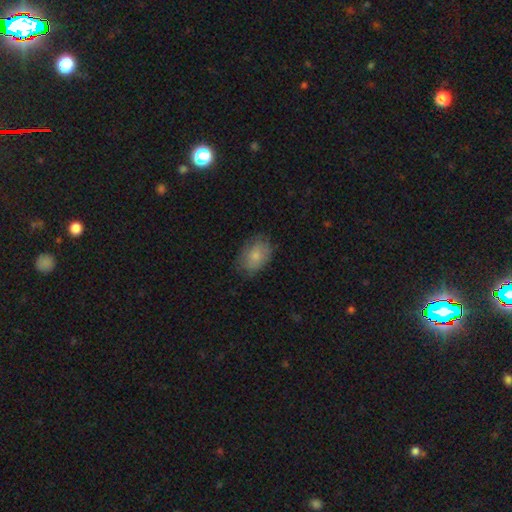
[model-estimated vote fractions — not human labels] smooth_or_featured: smooth (p=0.76) [alt: featured or disk p=0.17]
how_rounded: in between (p=0.80) [alt: round p=0.18]
merging: none (p=0.75) [alt: minor disturbance p=0.19]